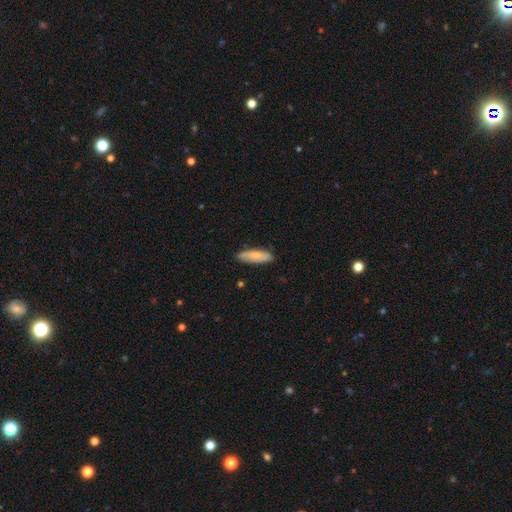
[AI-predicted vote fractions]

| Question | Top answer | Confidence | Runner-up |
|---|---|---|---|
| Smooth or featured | smooth | 79% | featured or disk (15%) |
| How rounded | cigar-shaped | 54% | in between (44%) |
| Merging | none | 84% | minor disturbance (12%) |